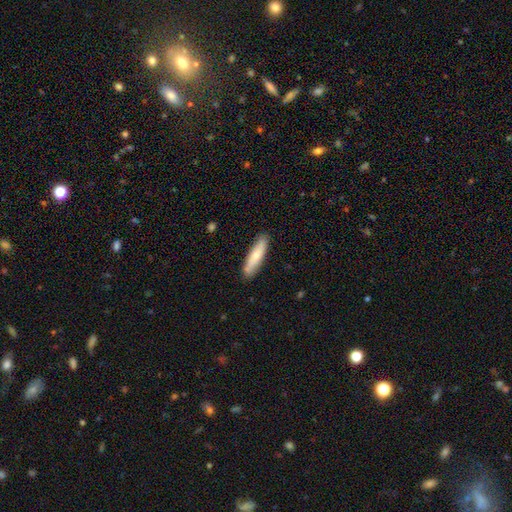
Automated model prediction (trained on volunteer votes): A smooth galaxy with no disk features (72%) that is cigar-shaped (76%). Merging: none (87%).